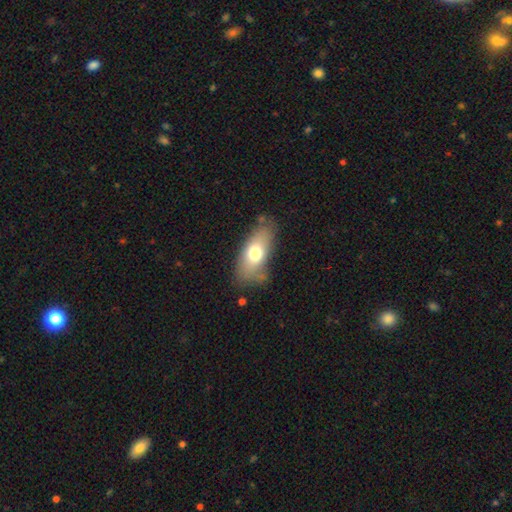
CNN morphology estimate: smooth_or_featured: smooth (p=0.67) [alt: featured or disk p=0.25]
how_rounded: in between (p=0.82) [alt: cigar-shaped p=0.13]
merging: none (p=0.71) [alt: minor disturbance p=0.20]